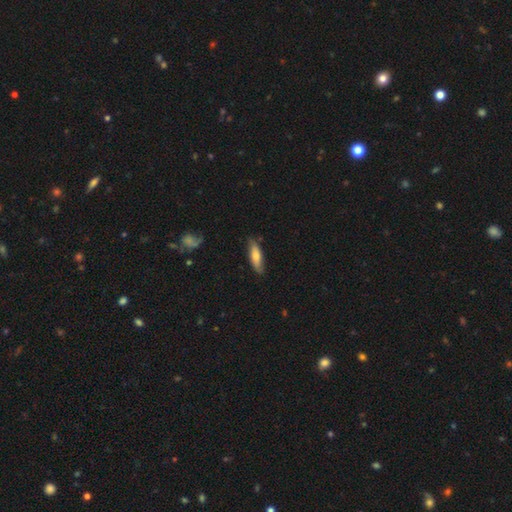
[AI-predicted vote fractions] This appears to be a smooth galaxy with no disk features (64%) that is cigar-shaped (55%). Merging: none (77%).